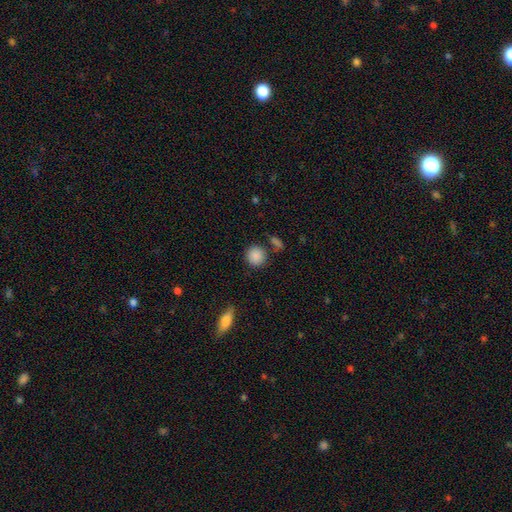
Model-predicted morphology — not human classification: This is clearly a smooth galaxy (88%). How rounded: clearly round (89%). Merging: likely none (79%).